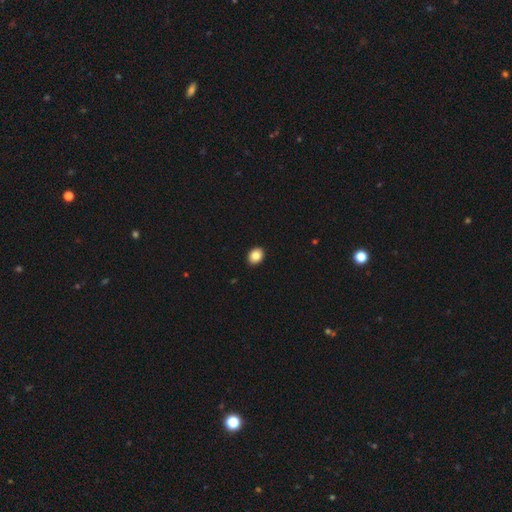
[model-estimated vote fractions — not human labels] This appears to be a smooth galaxy with no disk features (85%) that is in between round and cigar-shaped (58%). Merging: none (91%).